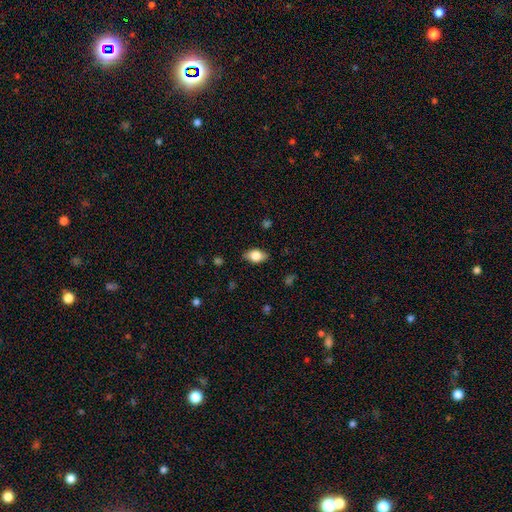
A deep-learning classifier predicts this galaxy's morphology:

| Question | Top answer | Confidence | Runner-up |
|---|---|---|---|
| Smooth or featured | smooth | 79% | featured or disk (14%) |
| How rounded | in between | 88% | round (9%) |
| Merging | none | 84% | minor disturbance (12%) |